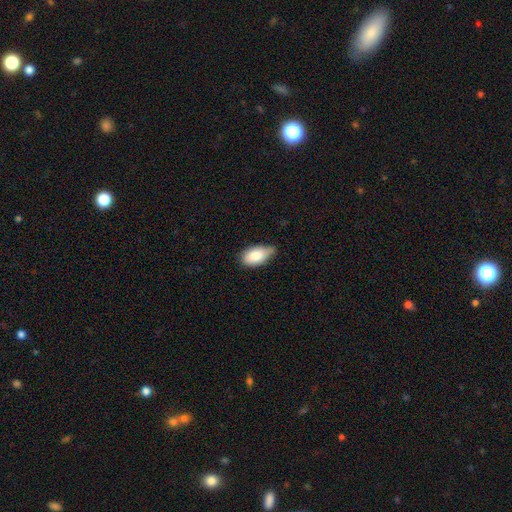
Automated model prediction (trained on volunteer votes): Smooth or featured? smooth (84%)
How rounded? in between (93%)
Merging? none (48%)